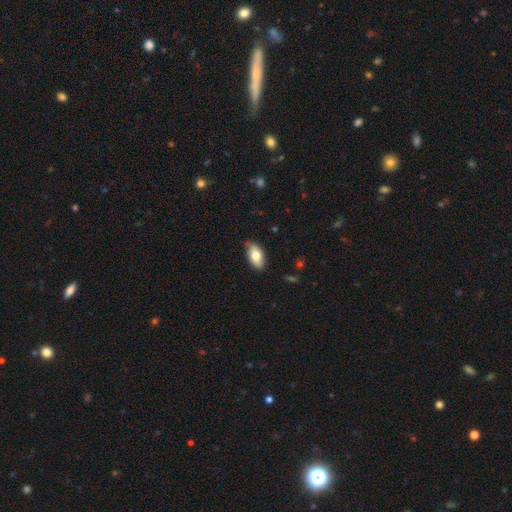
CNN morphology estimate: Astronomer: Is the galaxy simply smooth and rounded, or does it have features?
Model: smooth — 76%.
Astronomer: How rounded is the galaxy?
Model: in between — 92%.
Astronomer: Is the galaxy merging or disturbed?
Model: none — 78%.